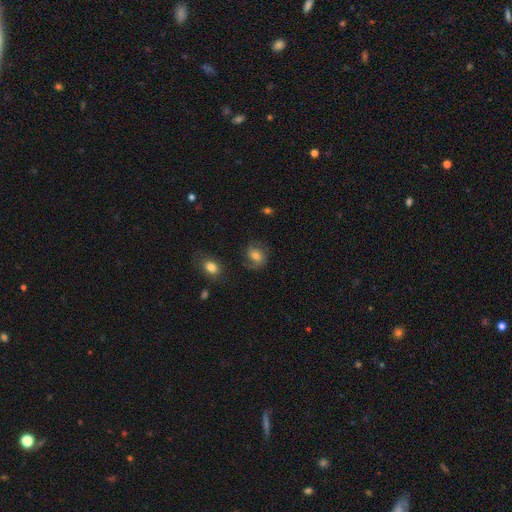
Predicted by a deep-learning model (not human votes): Morphology: type=featured or disk (46%); merging=none (62%).